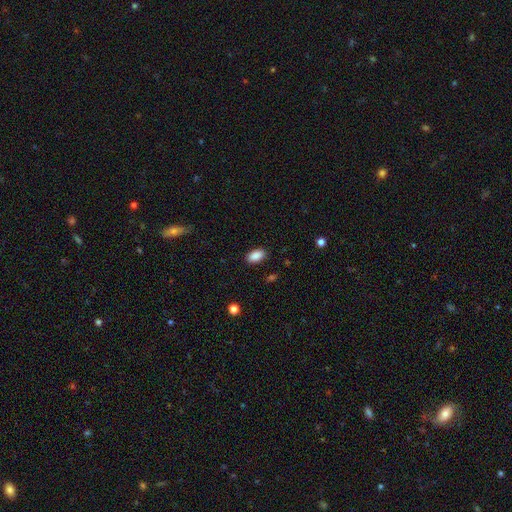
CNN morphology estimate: Smooth or featured: smooth — 89% (star or artifact — 8%)
How rounded: in between — 93% (round — 5%)
Merging: none — 88% (minor disturbance — 8%)